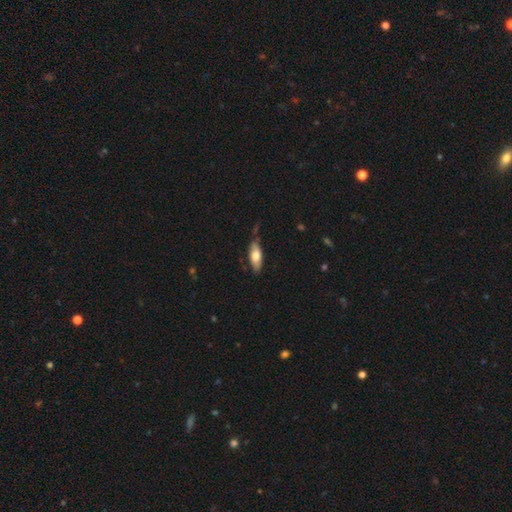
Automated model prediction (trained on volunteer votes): Overall: smooth (67%). How rounded: in between (69%; cigar-shaped 29%). Merging: none (70%).